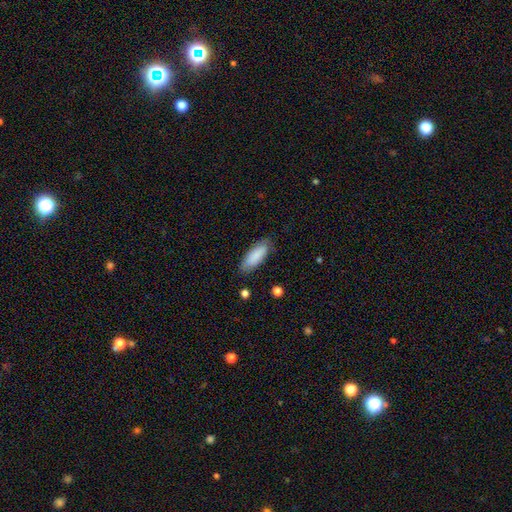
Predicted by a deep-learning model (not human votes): smooth_or_featured: smooth (p=0.86) [alt: featured or disk p=0.08]
how_rounded: in between (p=0.69) [alt: cigar-shaped p=0.30]
merging: none (p=0.79) [alt: minor disturbance p=0.16]